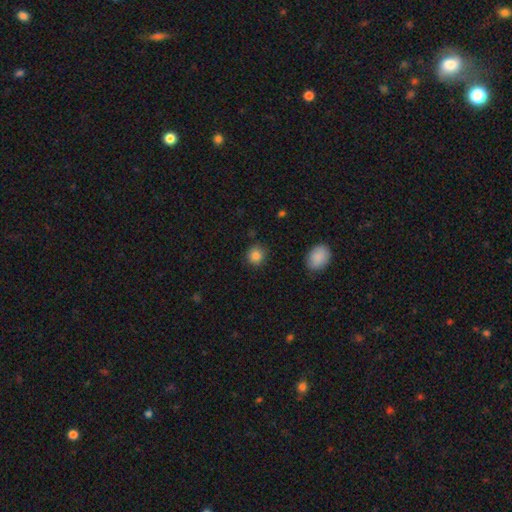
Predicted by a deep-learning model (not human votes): The model was most divided on "how rounded": round: 87%, in between: 12%, cigar-shaped: 1%. More confident: merging — none (86%); smooth or featured — smooth (85%).